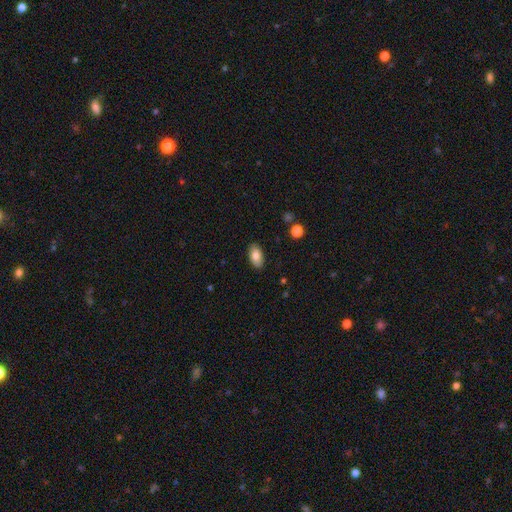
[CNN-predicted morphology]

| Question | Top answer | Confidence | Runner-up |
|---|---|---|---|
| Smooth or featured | smooth | 81% | featured or disk (12%) |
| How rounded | in between | 94% | round (4%) |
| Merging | none | 88% | minor disturbance (9%) |